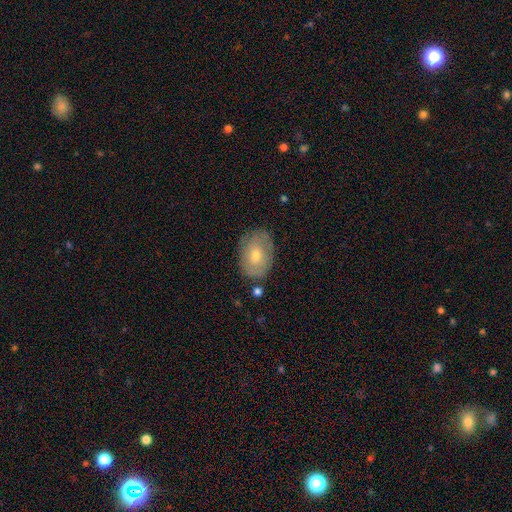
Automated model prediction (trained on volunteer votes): This appears to be a smooth galaxy with no disk features (55%) that is in between round and cigar-shaped (81%). Merging: none (76%).